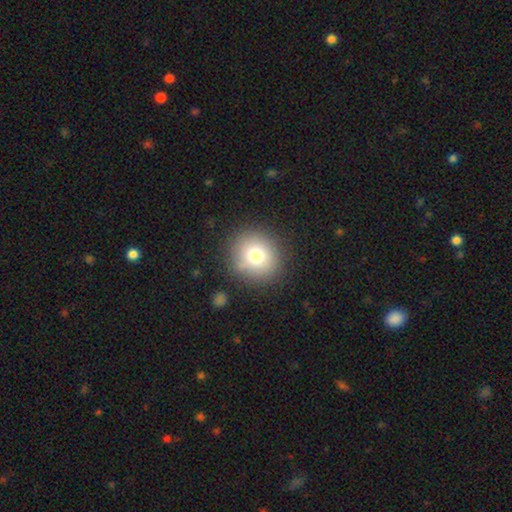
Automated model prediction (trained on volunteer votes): smooth-or-featured: smooth: 75% | star or artifact: 13% | featured or disk: 12%
  how-rounded: round: 89% | in between: 10% | cigar-shaped: 1%
  merging: none: 84% | minor disturbance: 9% | major disturbance: 4% | merger: 2%